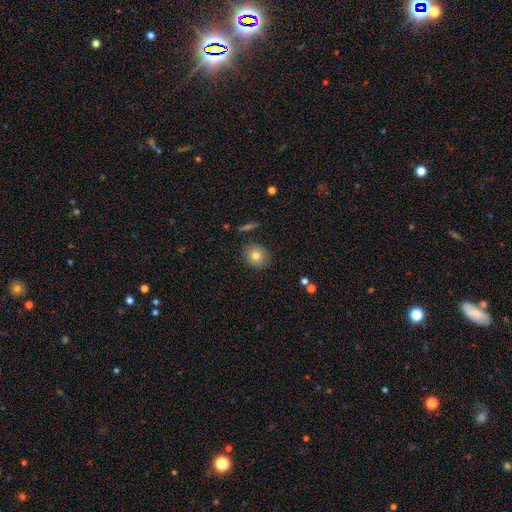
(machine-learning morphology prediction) Smooth or featured: smooth — 78% (featured or disk — 12%)
How rounded: round — 79% (in between — 20%)
Merging: none — 87% (minor disturbance — 8%)